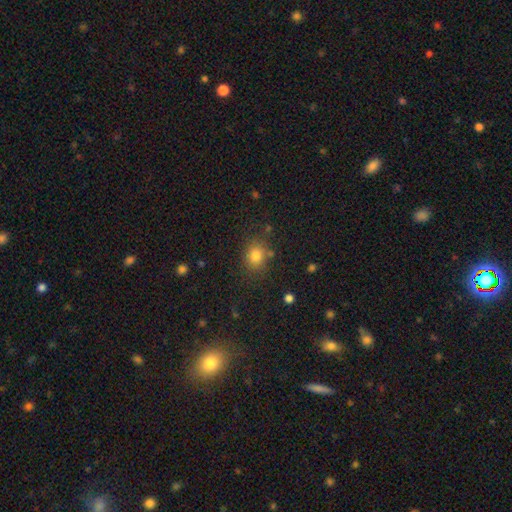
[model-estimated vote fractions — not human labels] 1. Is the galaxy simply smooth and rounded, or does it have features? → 80% smooth, 13% star or artifact, 7% featured or disk.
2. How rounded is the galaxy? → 67% round, 32% in between, 1% cigar-shaped.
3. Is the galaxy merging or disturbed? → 78% none, 13% minor disturbance, 5% merger, 4% major disturbance.